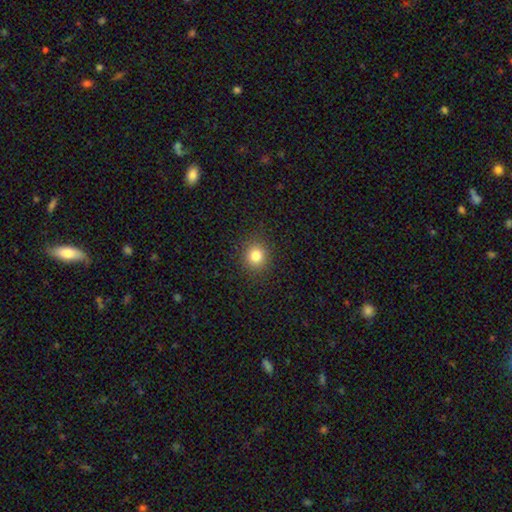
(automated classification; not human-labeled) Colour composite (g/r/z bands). It shows a smooth galaxy with no disk features (82%) that is round (84%). Merging: none (90%).